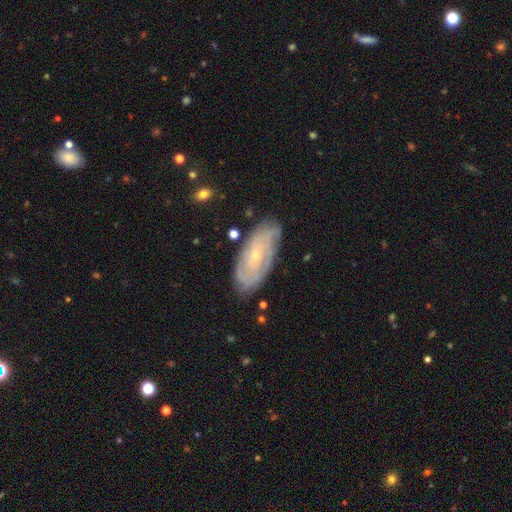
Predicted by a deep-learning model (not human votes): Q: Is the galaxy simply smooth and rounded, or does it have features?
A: featured or disk — 75%.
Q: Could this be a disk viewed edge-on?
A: no — 91%.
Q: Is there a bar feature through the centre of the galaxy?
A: no — 75%.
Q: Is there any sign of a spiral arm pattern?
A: yes — 89%.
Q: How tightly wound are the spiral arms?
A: tight — 72%.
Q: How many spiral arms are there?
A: can't tell — 47%.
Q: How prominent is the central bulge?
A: small — 80%.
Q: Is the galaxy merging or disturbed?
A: none — 79%.